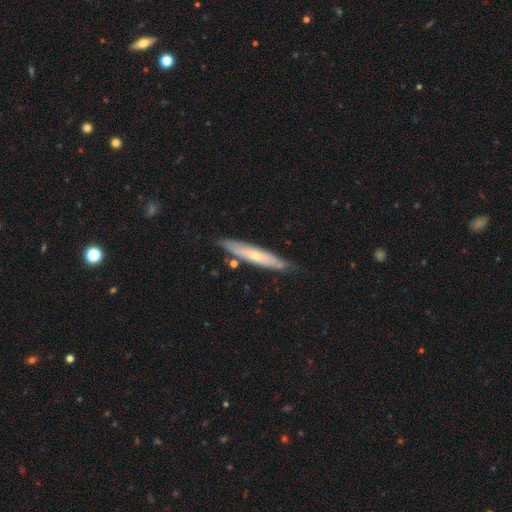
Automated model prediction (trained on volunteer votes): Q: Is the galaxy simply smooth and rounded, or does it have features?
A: featured or disk — 52%.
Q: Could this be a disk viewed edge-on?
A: yes — 72%.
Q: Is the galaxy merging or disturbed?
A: none — 77%.